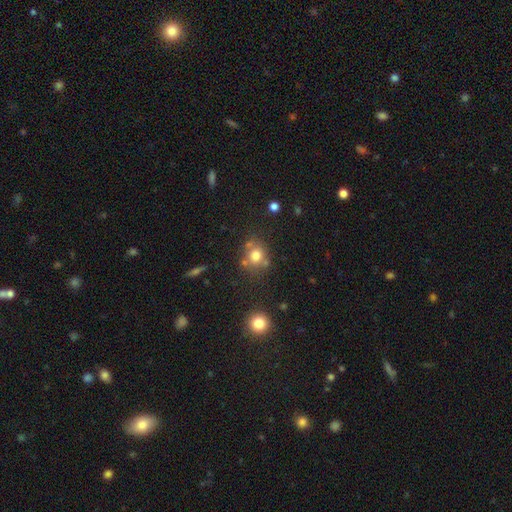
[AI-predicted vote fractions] smooth_or_featured: smooth (p=0.75) [alt: star or artifact p=0.14]
how_rounded: round (p=0.77) [alt: in between p=0.22]
merging: none (p=0.65) [alt: merger p=0.16]